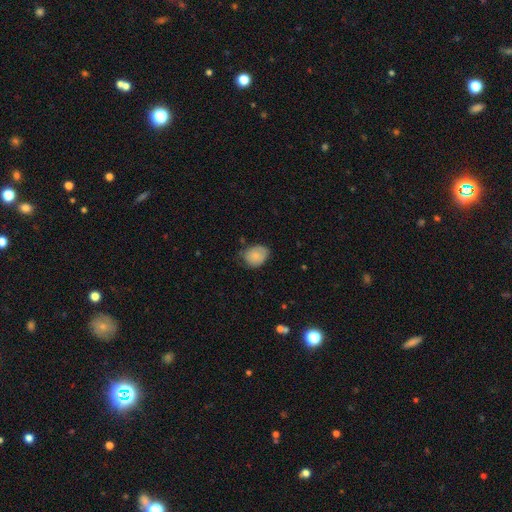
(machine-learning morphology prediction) Q: Smooth or featured?
A: smooth (80%); runner-up: featured or disk (12%)
Q: How rounded?
A: in between (56%); runner-up: round (43%)
Q: Merging?
A: none (58%); runner-up: minor disturbance (34%)